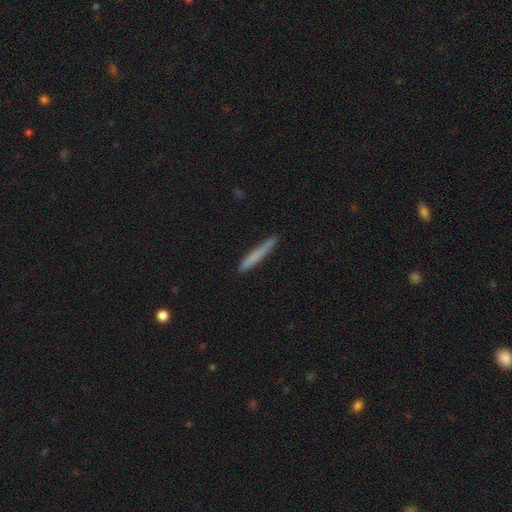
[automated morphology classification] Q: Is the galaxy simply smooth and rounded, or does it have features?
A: smooth — 70%.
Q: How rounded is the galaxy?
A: cigar-shaped — 97%.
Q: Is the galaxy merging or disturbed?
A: none — 87%.